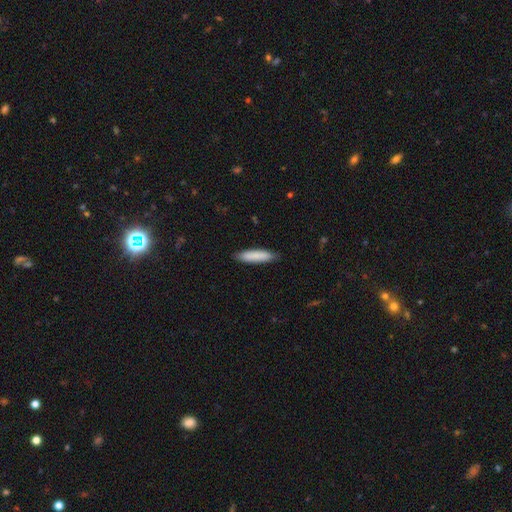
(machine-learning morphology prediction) smooth-or-featured: smooth: 86% | featured or disk: 9% | star or artifact: 6%
  how-rounded: cigar-shaped: 74% | in between: 25% | round: 1%
  merging: none: 87% | minor disturbance: 10% | major disturbance: 2% | merger: 1%